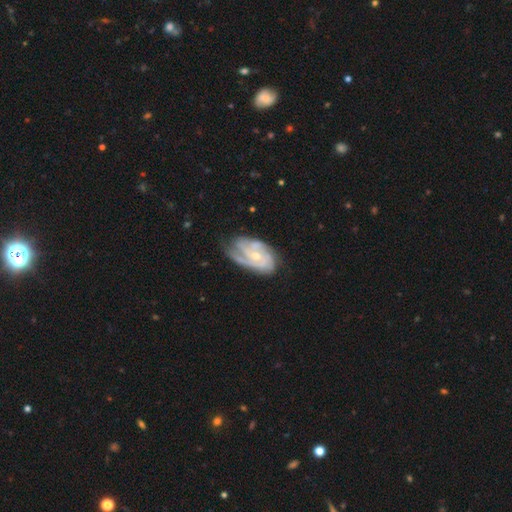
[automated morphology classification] Smooth or featured: featured or disk — 85% (smooth — 10%)
Edge-on disk: no — 97% (yes — 3%)
Bar: no — 62% (weak — 31%)
Spiral arms: yes — 96% (no — 4%)
Spiral winding: tight — 58% (medium — 34%)
Spiral arm count: 3 — 33% (2 — 26%)
Bulge size: small — 54% (moderate — 42%)
Merging: none — 61% (minor disturbance — 26%)